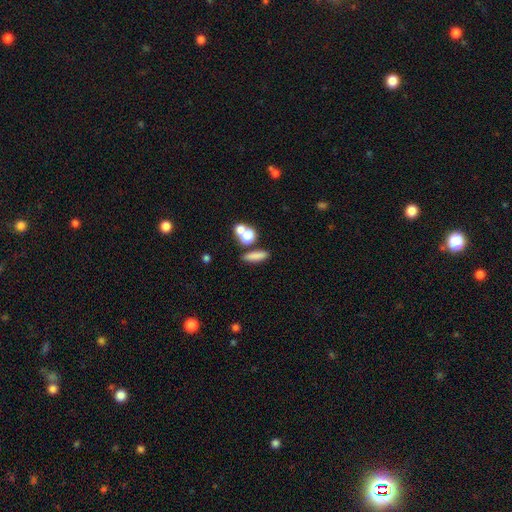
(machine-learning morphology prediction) smooth-or-featured: smooth: 78% | star or artifact: 11% | featured or disk: 11%
  how-rounded: cigar-shaped: 48% | in between: 35% | round: 17%
  merging: none: 68% | merger: 17% | minor disturbance: 10% | major disturbance: 5%